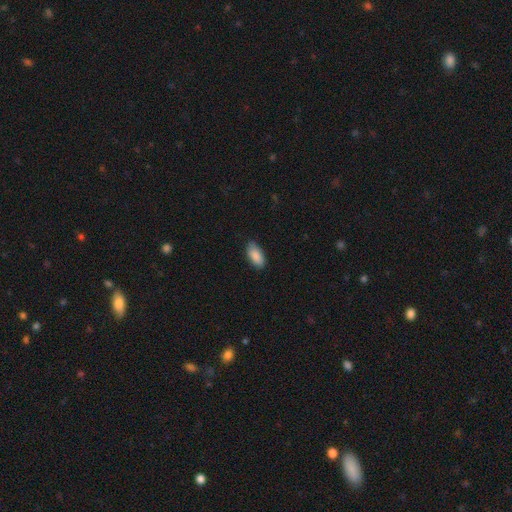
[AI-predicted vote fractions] smooth-or-featured: smooth: 88% | star or artifact: 6% | featured or disk: 6%
  how-rounded: in between: 91% | cigar-shaped: 7% | round: 2%
  merging: none: 81% | minor disturbance: 16% | major disturbance: 2% | merger: 1%